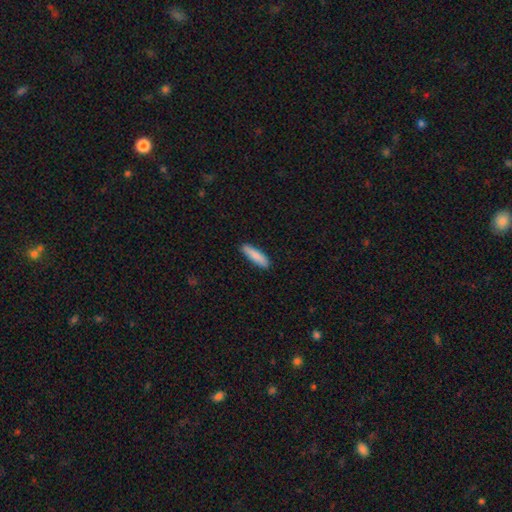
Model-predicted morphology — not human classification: type=smooth (86%); roundness=cigar-shaped (74%); merging=none (88%).